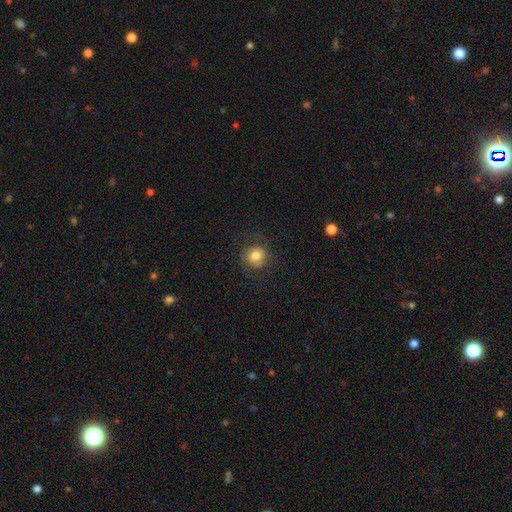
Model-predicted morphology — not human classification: This is likely a smooth galaxy (76%). How rounded: clearly round (86%). Merging: likely none (74%).